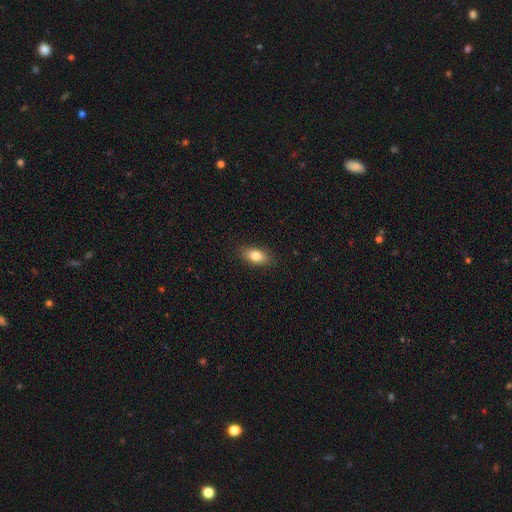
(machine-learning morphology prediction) Smooth or featured: smooth — 81% (featured or disk — 11%)
How rounded: in between — 86% (cigar-shaped — 7%)
Merging: none — 88% (minor disturbance — 9%)